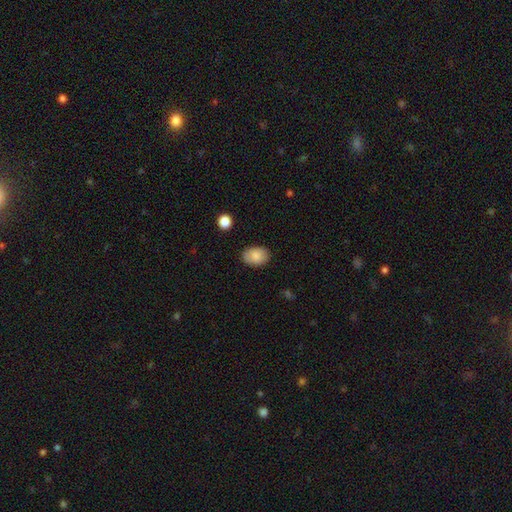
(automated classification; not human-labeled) The model was most divided on "how rounded": in between: 80%, round: 19%, cigar-shaped: 1%. More confident: smooth or featured — smooth (85%); merging — none (83%).